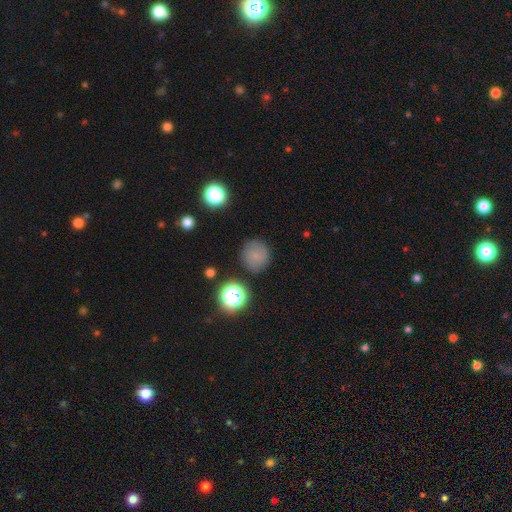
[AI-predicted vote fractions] This appears to be a smooth galaxy with no disk features (73%) that is round (91%). Merging: none (82%).